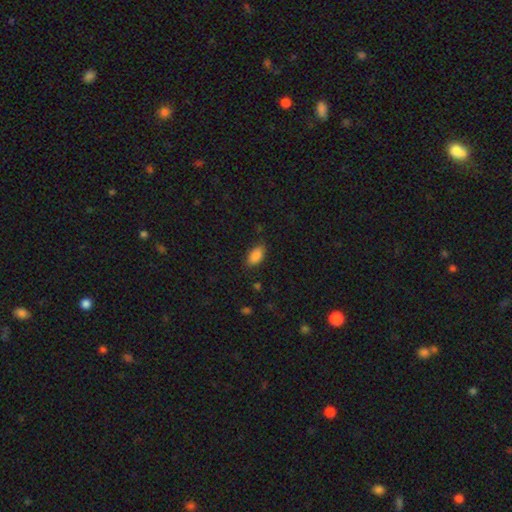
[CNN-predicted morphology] This appears to be a smooth galaxy with no disk features (88%) that is in between round and cigar-shaped (93%). Merging: none (81%).